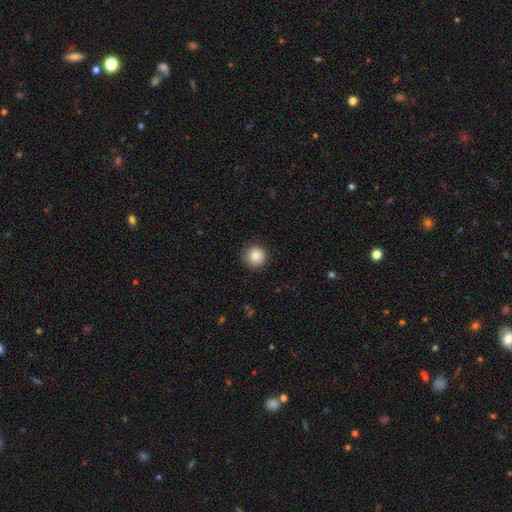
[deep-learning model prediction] A smooth galaxy with no disk features (86%) that is round (95%). Merging: none (88%).